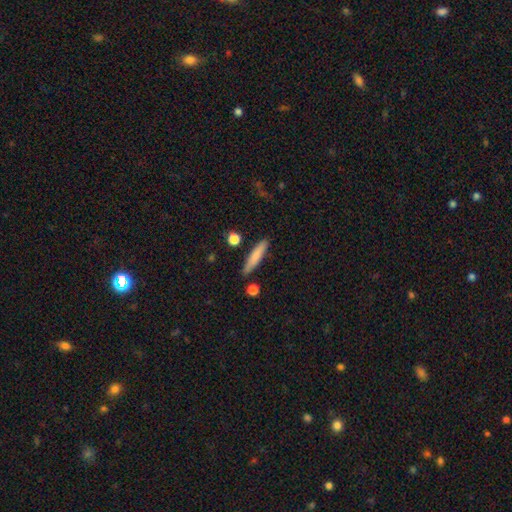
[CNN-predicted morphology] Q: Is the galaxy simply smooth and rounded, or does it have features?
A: smooth — 75%.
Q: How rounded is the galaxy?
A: cigar-shaped — 88%.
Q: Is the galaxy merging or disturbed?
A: none — 85%.